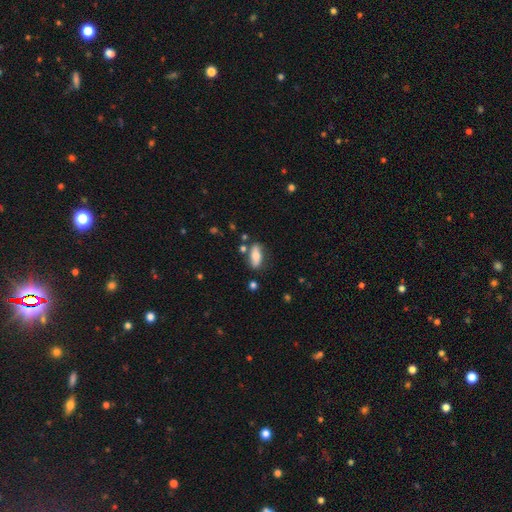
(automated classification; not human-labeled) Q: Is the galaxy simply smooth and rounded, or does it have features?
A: smooth — 69%.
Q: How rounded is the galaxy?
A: in between — 79%.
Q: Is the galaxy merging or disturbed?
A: none — 73%.